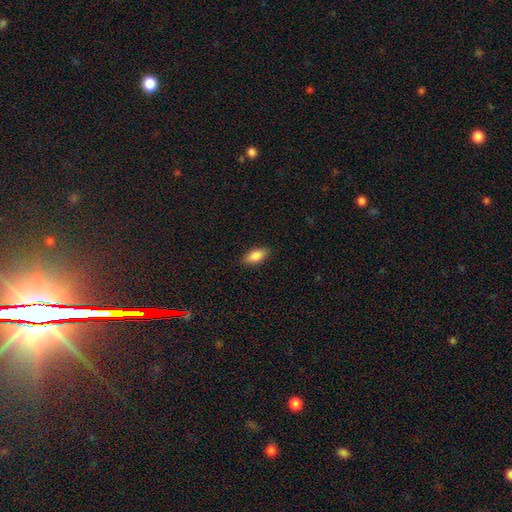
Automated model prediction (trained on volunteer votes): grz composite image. It shows a smooth galaxy with no disk features (88%) that is in between round and cigar-shaped (89%). Merging: none (88%).